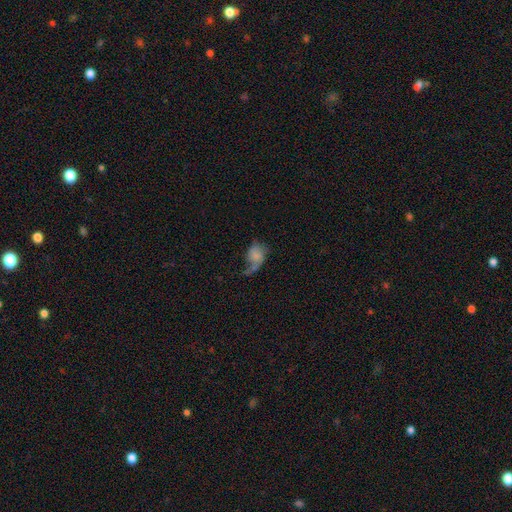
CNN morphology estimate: smooth-or-featured: smooth: 47% | featured or disk: 43% | star or artifact: 10%
  merging: major disturbance: 43% | none: 27% | minor disturbance: 26% | merger: 4%